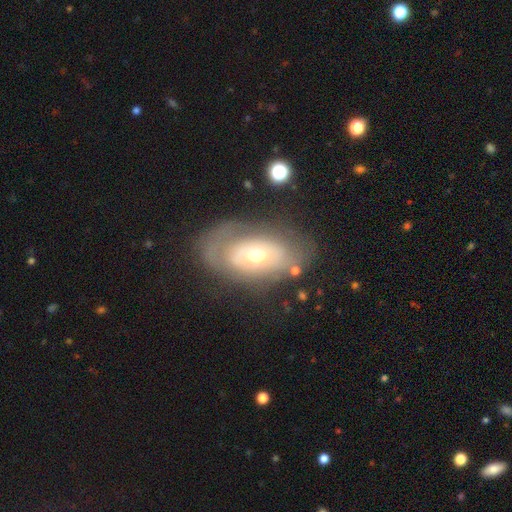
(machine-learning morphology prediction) Smooth or featured: featured or disk — 62% (smooth — 31%)
Edge-on disk: no — 91% (yes — 9%)
Bar: no — 80% (weak — 15%)
Spiral arms: no — 54% (yes — 46%)
Bulge size: moderate — 52% (small — 42%)
Merging: none — 60% (minor disturbance — 22%)